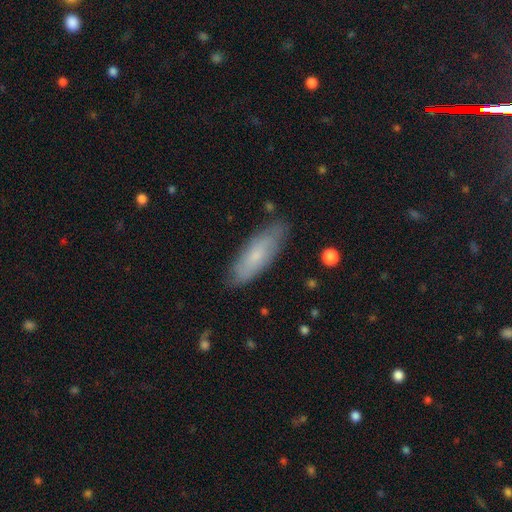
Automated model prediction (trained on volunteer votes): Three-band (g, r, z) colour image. It shows a smooth galaxy with no disk features (61%) that is in between round and cigar-shaped (58%). Merging: none (81%).